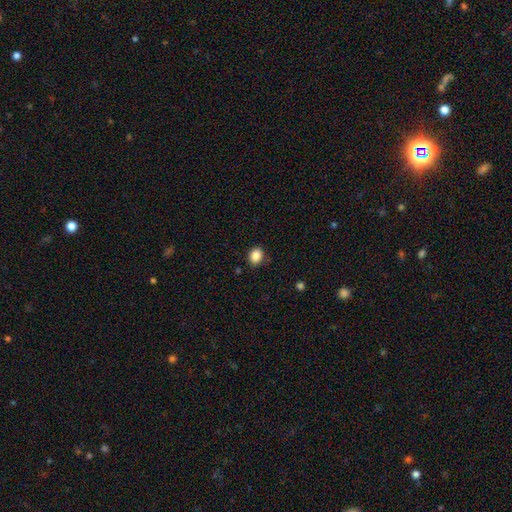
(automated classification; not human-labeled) smooth-or-featured: smooth: 87% | star or artifact: 9% | featured or disk: 4%
  how-rounded: round: 52% | in between: 47% | cigar-shaped: 1%
  merging: none: 87% | minor disturbance: 10% | major disturbance: 2% | merger: 1%